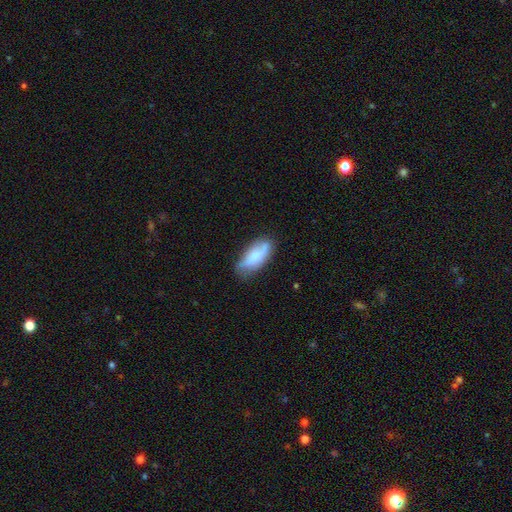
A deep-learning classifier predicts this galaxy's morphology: smooth 72%, featured or disk 21%, star or artifact 7%. Down the decision tree: how rounded — in between (79%); merging — none (62%).